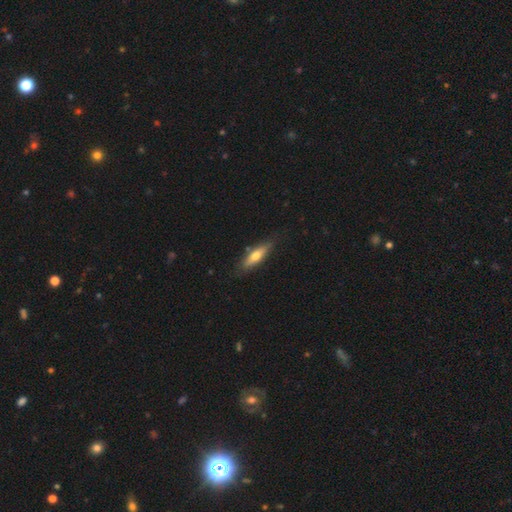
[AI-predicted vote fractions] Smooth or featured: smooth — 58% (featured or disk — 36%)
How rounded: cigar-shaped — 62% (in between — 36%)
Merging: none — 80% (minor disturbance — 15%)